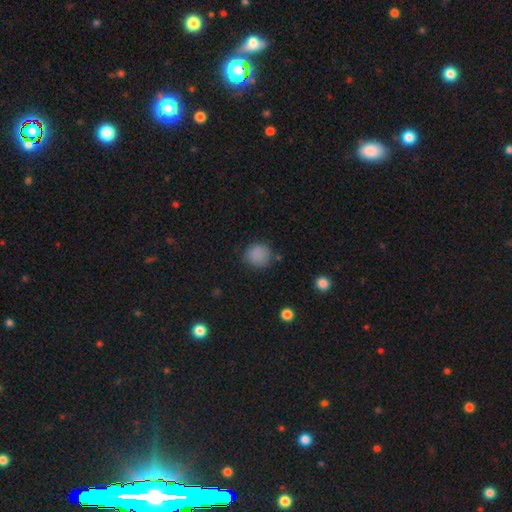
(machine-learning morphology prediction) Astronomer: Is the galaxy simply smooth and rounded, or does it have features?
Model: smooth — 85%.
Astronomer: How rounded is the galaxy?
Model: round — 85%.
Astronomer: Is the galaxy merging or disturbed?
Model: none — 78%.